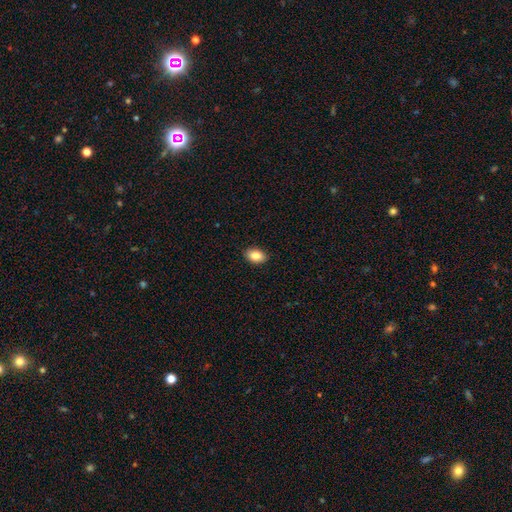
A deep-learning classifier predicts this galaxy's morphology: This appears to be a smooth galaxy with no disk features (85%) that is in between round and cigar-shaped (88%). Merging: none (90%).